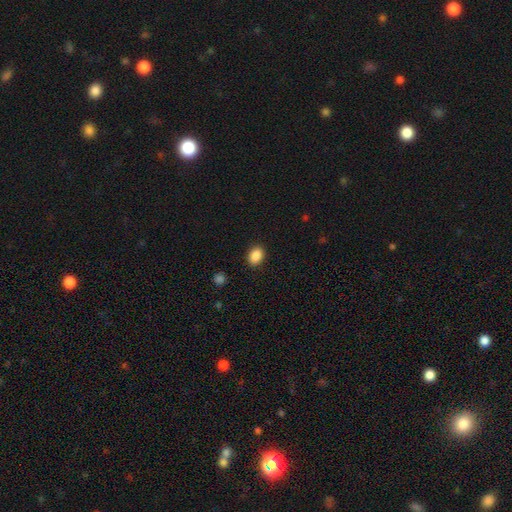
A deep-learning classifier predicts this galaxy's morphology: A smooth galaxy with no disk features (88%) that is in between round and cigar-shaped (70%).

Vote fractions:
- Smooth or featured? smooth: 88% / star or artifact: 9% / featured or disk: 3%
- How rounded? in between: 70% / round: 29% / cigar-shaped: 1%
- Merging? none: 89% / minor disturbance: 7% / major disturbance: 2% / merger: 1%